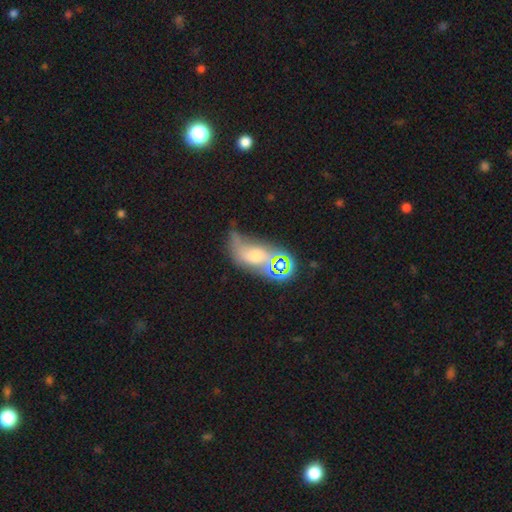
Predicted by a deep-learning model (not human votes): The model was most divided on "merging": major disturbance: 30%, none: 29%, minor disturbance: 23%, merger: 17%. Remaining: smooth or featured — featured or disk (42%).